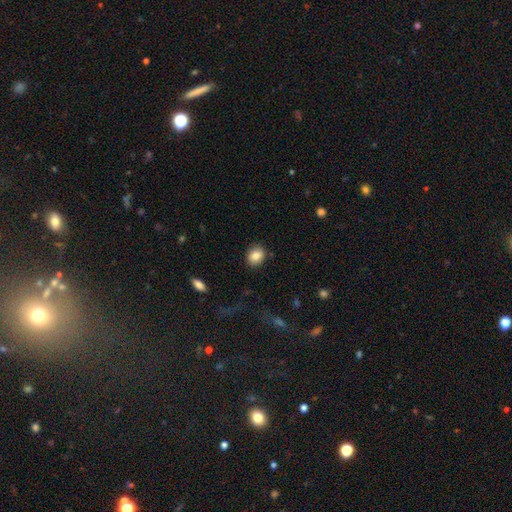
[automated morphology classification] smooth 85%, star or artifact 9%, featured or disk 6%. Down the decision tree: how rounded — round (53%); merging — none (88%).